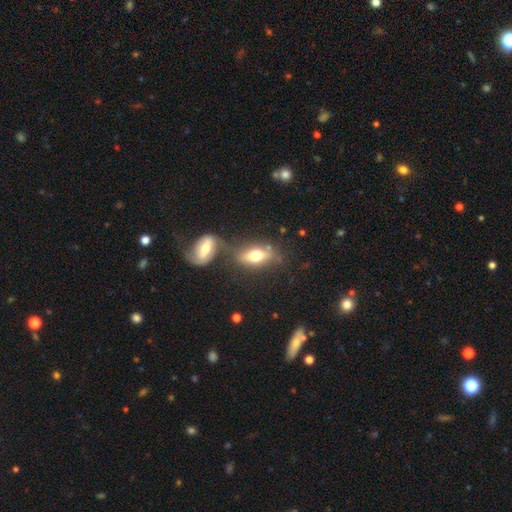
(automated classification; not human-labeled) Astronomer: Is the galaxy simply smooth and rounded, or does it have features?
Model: smooth — 58% (runner-up: featured or disk, 34%).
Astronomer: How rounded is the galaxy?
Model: in between — 78%.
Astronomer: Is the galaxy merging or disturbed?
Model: none — 47% (runner-up: merger, 32%).